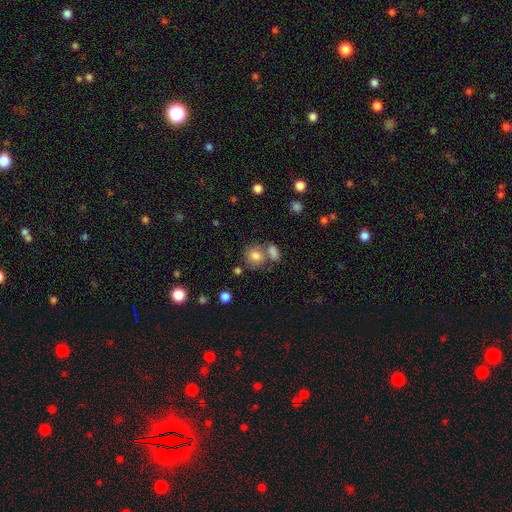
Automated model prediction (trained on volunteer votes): This is clearly a smooth galaxy (80%). How rounded: likely round (72%). Merging: possibly none (52%).